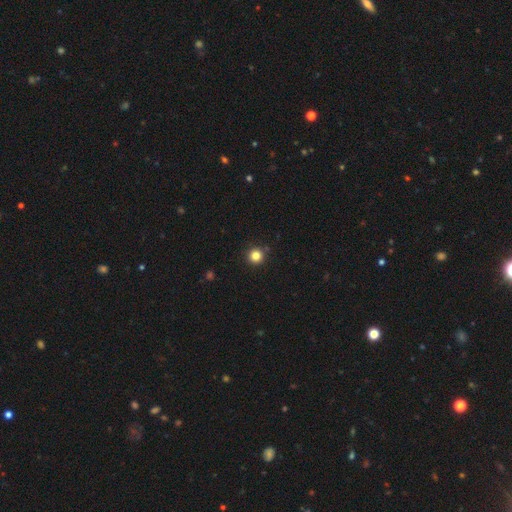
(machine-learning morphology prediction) smooth_or_featured: smooth (p=0.82) [alt: star or artifact p=0.13]
how_rounded: round (p=0.96) [alt: in between p=0.03]
merging: none (p=0.91) [alt: minor disturbance p=0.05]